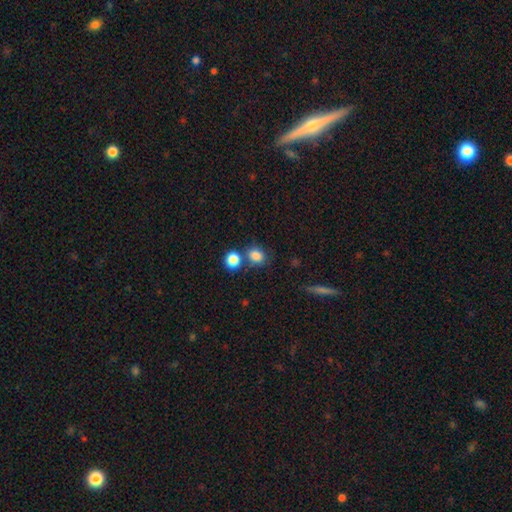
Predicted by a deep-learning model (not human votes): Smooth or featured: smooth — 83% (star or artifact — 12%)
How rounded: round — 63% (in between — 36%)
Merging: none — 61% (merger — 22%)